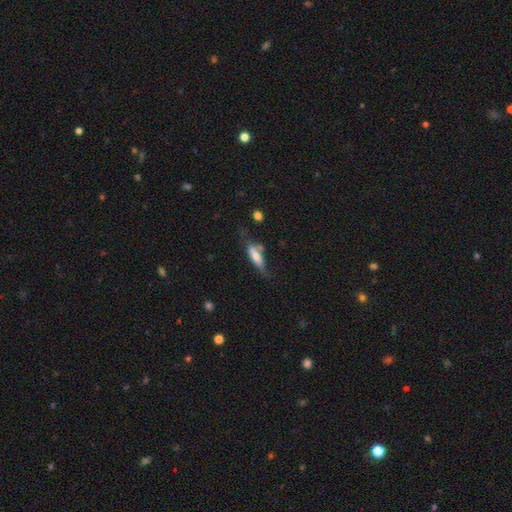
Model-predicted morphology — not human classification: The model was most divided on "how rounded": cigar-shaped: 55%, in between: 43%, round: 2%. Remaining: smooth or featured — smooth (62%); merging — none (48%).